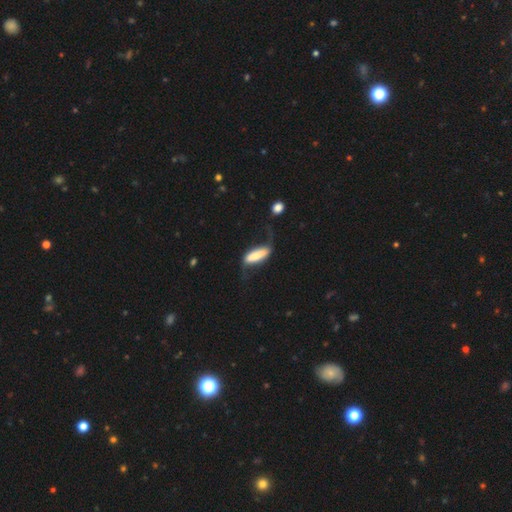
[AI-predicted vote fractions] Smooth or featured? Predicted: smooth (p=0.55). How rounded? Predicted: in between (p=0.55). Merging? Predicted: none (p=0.37).